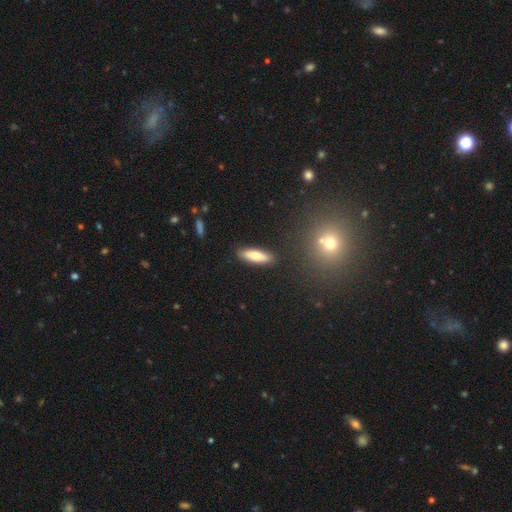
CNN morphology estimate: This appears to be a smooth galaxy with no disk features (78%) that is cigar-shaped (59%). Merging: none (89%).